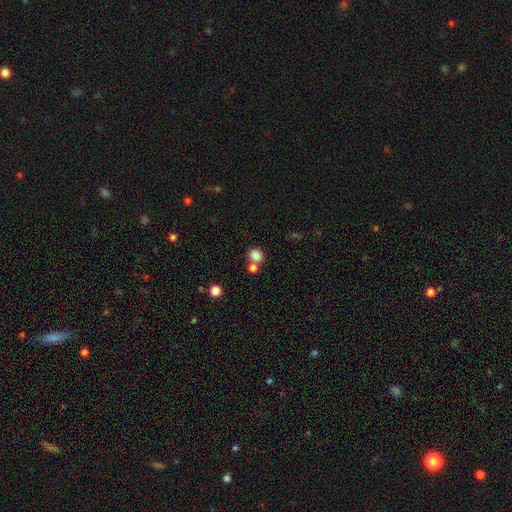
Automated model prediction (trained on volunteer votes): The model was most divided on "merging": none: 55%, merger: 31%, minor disturbance: 10%, major disturbance: 4%. More confident: smooth or featured — smooth (83%); how rounded — round (64%).